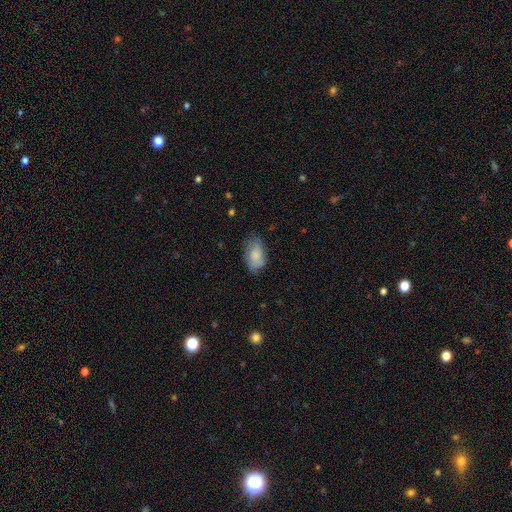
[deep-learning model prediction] smooth 78%, featured or disk 15%, star or artifact 7%. Down the decision tree: how rounded — in between (92%); merging — none (67%).